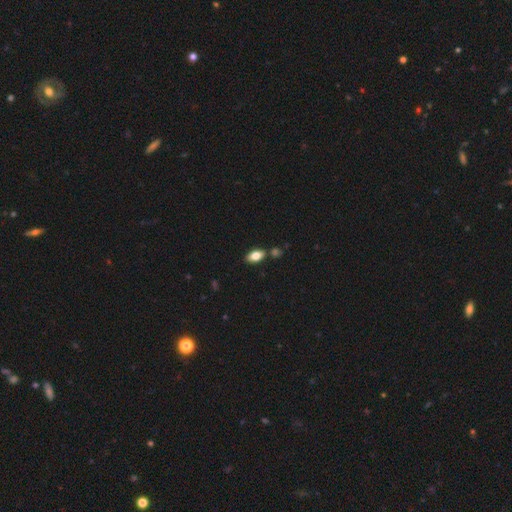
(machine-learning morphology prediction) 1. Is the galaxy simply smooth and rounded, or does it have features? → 77% smooth, 16% featured or disk, 7% star or artifact.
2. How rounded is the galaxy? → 89% in between, 7% cigar-shaped, 4% round.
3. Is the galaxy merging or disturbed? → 77% none, 12% minor disturbance, 9% merger, 3% major disturbance.